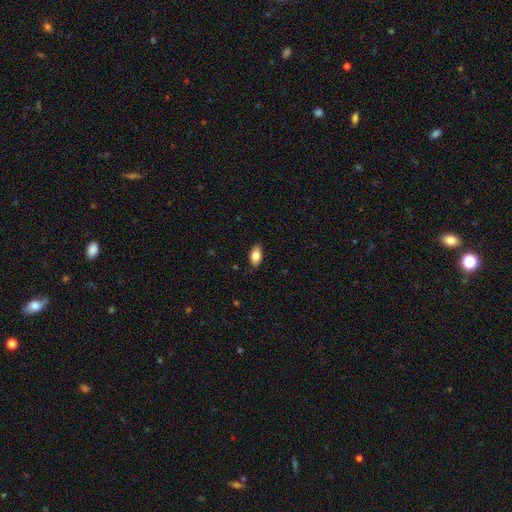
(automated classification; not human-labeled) smooth_or_featured: smooth (p=0.82) [alt: featured or disk p=0.11]
how_rounded: in between (p=0.91) [alt: round p=0.05]
merging: none (p=0.86) [alt: minor disturbance p=0.12]